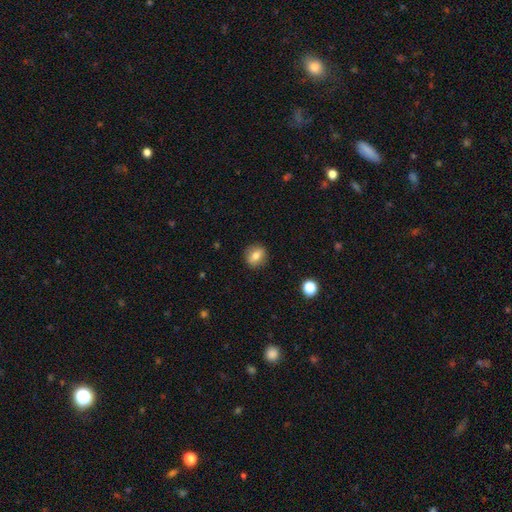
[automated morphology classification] Overall: smooth (71%). How rounded: round (66%; in between 32%). Merging: none (88%).